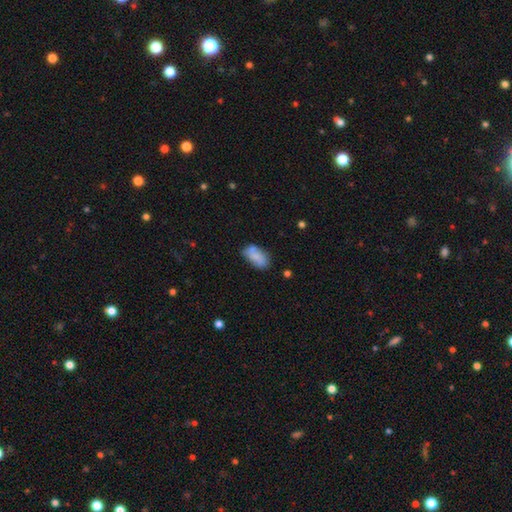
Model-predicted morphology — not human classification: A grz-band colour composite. It shows a smooth galaxy with no disk features (76%) that is in between round and cigar-shaped (92%). Merging: none (53%).